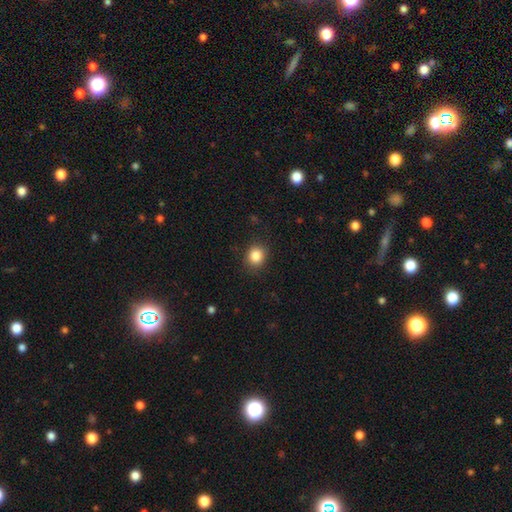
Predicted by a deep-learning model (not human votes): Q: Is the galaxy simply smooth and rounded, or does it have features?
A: smooth — 85%.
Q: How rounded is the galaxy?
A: round — 76%.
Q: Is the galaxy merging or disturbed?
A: none — 86%.